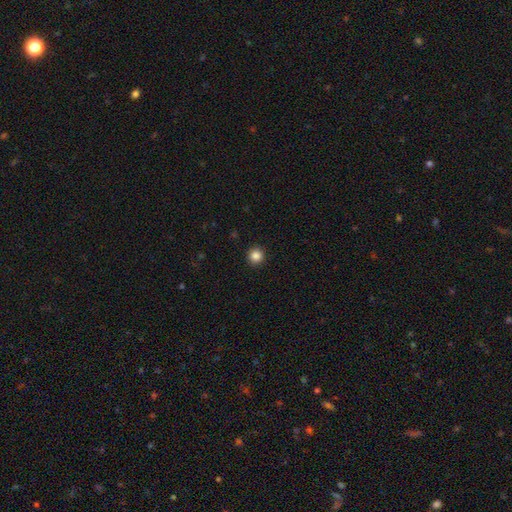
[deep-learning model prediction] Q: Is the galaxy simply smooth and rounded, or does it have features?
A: smooth — 86%.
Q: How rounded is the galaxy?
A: round — 95%.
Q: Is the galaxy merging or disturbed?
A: none — 93%.